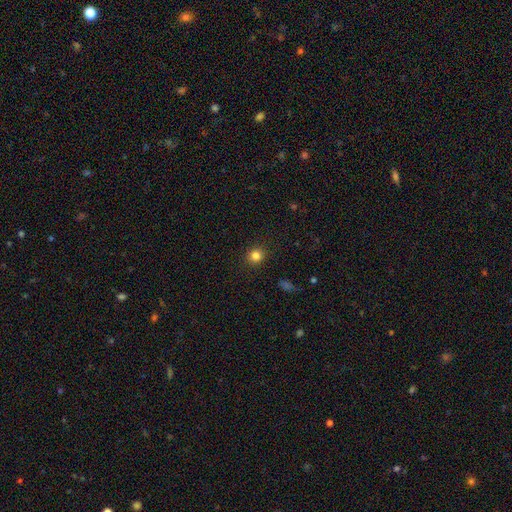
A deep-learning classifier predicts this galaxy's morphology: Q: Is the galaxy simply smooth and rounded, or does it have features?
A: smooth — 83%.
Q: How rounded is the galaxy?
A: round — 88%.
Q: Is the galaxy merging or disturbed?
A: none — 91%.